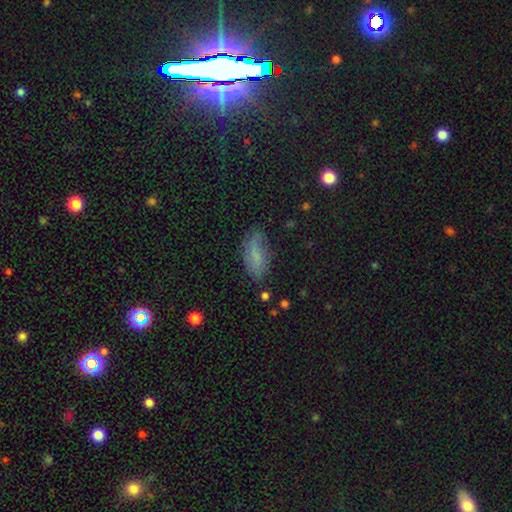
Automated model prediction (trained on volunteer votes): Smooth or featured: smooth — 69% (featured or disk — 17%)
How rounded: in between — 82% (cigar-shaped — 14%)
Merging: none — 67% (minor disturbance — 23%)